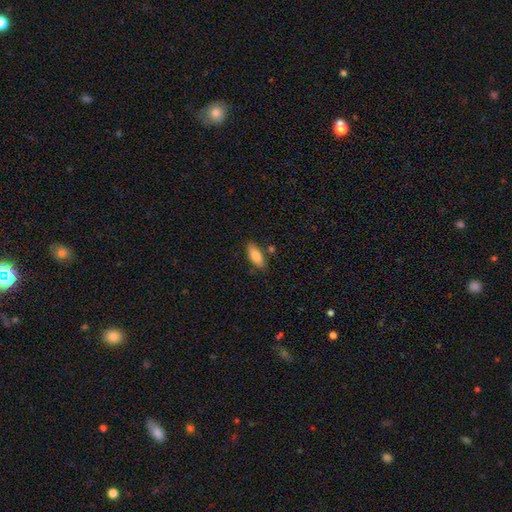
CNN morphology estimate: Smooth or featured: smooth — 82% (featured or disk — 12%)
How rounded: in between — 78% (cigar-shaped — 20%)
Merging: none — 77% (minor disturbance — 15%)